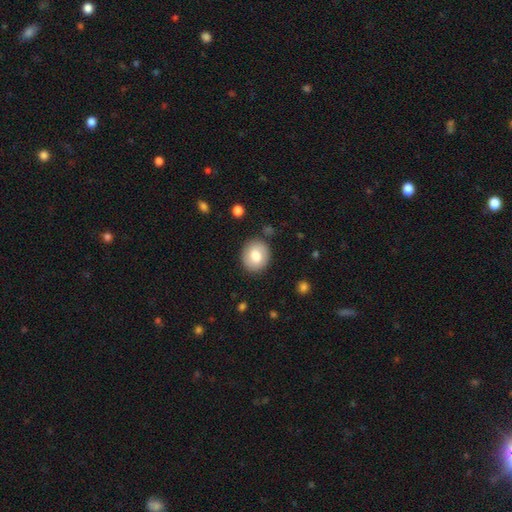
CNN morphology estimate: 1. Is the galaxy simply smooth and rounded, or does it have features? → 76% smooth, 16% featured or disk, 7% star or artifact.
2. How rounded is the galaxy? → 70% round, 29% in between, 1% cigar-shaped.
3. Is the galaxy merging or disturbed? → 86% none, 10% minor disturbance, 3% major disturbance, 2% merger.